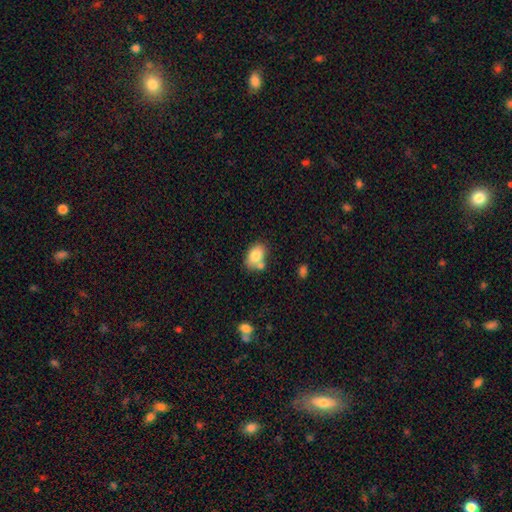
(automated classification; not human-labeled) Morphology: type=smooth (80%); roundness=in between (84%); merging=none (56%).